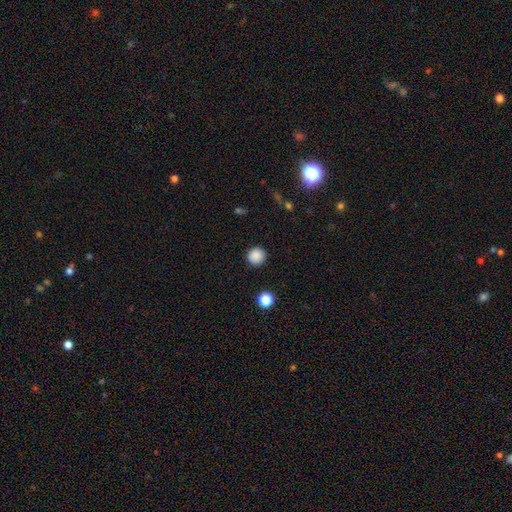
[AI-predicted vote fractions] This appears to be a smooth galaxy with no disk features (87%) that is round (94%). Merging: none (91%).